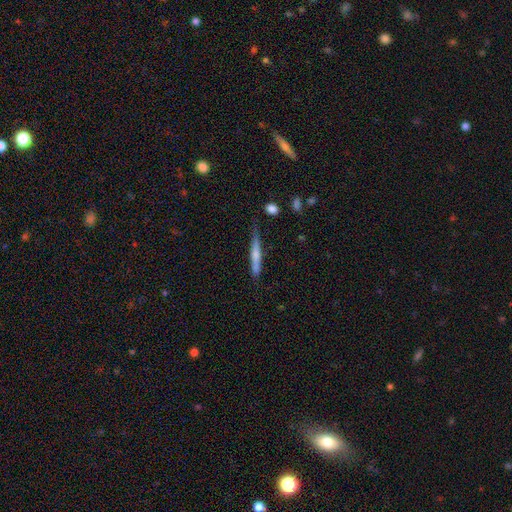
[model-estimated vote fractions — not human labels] Smooth or featured?
  - smooth: 50% *
  - featured or disk: 44%
  - star or artifact: 6%
How rounded?
  - cigar-shaped: 93% *
  - in between: 5%
  - round: 2%
Merging?
  - none: 70% *
  - minor disturbance: 22%
  - major disturbance: 5%
  - merger: 3%